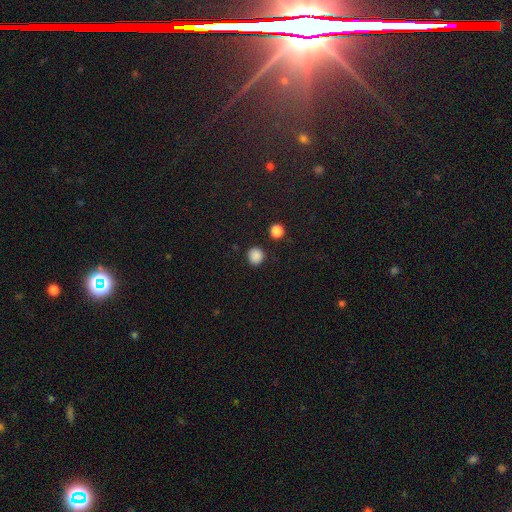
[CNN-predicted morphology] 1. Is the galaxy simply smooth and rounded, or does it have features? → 87% smooth, 11% star or artifact, 3% featured or disk.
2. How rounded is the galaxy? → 91% round, 8% in between, 1% cigar-shaped.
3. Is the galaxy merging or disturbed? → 89% none, 6% minor disturbance, 2% major disturbance, 2% merger.